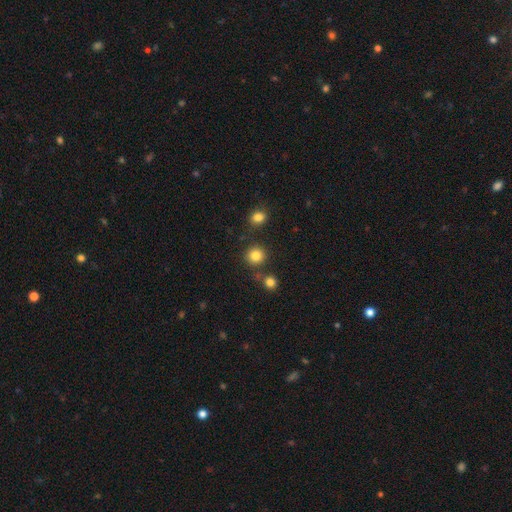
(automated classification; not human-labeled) A smooth galaxy with no disk features (83%) that is round (91%). Merging: none (82%).